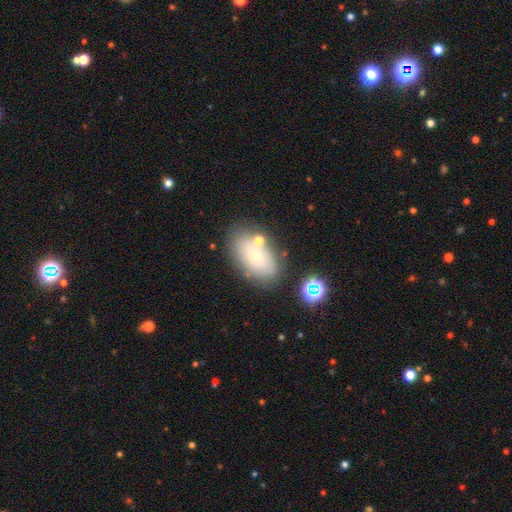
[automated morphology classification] Overall: smooth (63%; featured or disk 24%). How rounded: in between (89%). Merging: none (69%).